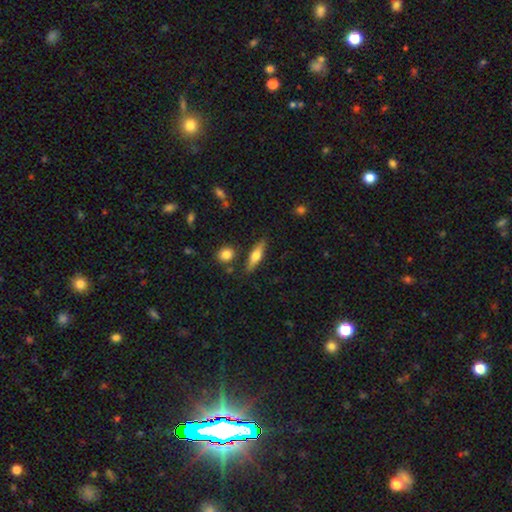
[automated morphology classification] Smooth or featured? Predicted: smooth (p=0.48). Merging? Predicted: none (p=0.82).